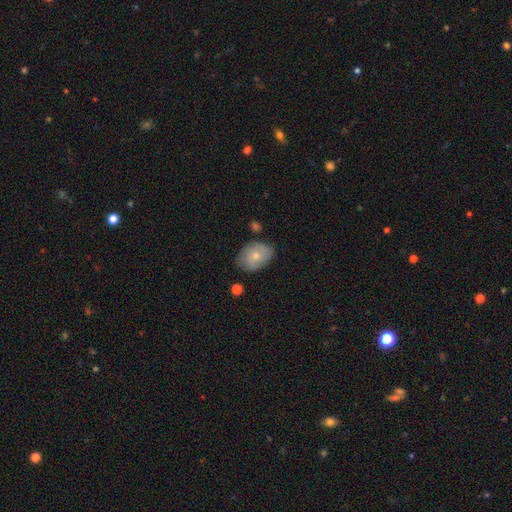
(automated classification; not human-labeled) Smooth or featured?
  - smooth: 64% *
  - featured or disk: 29%
  - star or artifact: 7%
How rounded?
  - in between: 78% *
  - round: 20%
  - cigar-shaped: 1%
Merging?
  - none: 70% *
  - minor disturbance: 22%
  - major disturbance: 5%
  - merger: 3%